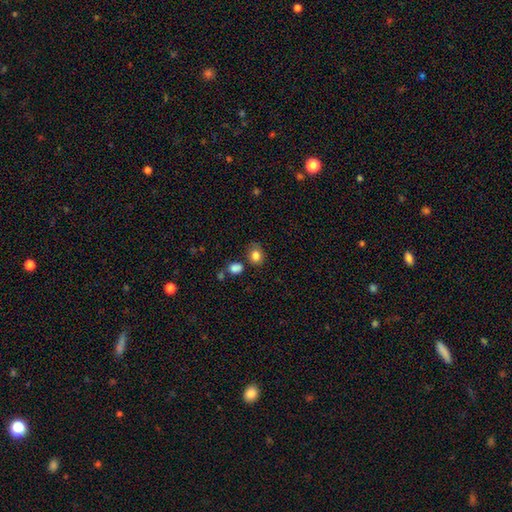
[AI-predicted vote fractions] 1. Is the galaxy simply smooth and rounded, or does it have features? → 82% smooth, 10% star or artifact, 7% featured or disk.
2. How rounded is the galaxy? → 50% round, 49% in between, 1% cigar-shaped.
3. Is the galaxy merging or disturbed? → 62% none, 22% minor disturbance, 9% merger, 7% major disturbance.